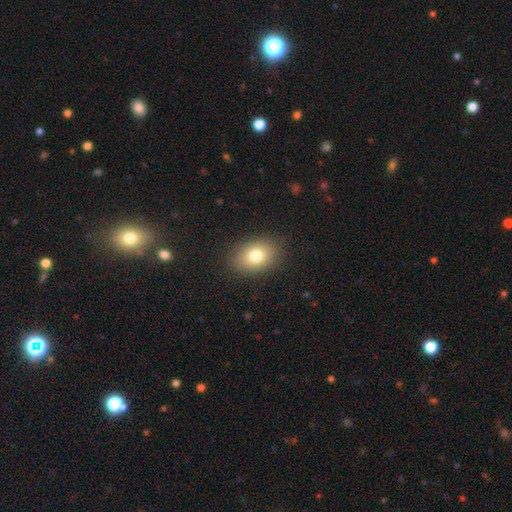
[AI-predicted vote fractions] smooth-or-featured: smooth: 78% | featured or disk: 12% | star or artifact: 10%
  how-rounded: in between: 78% | round: 21% | cigar-shaped: 1%
  merging: none: 87% | minor disturbance: 9% | major disturbance: 3% | merger: 1%